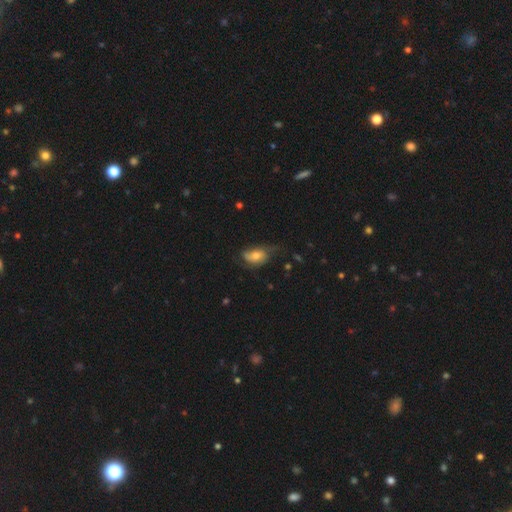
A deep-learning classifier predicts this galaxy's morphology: smooth 51%, featured or disk 40%, star or artifact 9%. Down the decision tree: how rounded — in between (82%); merging — none (42%).